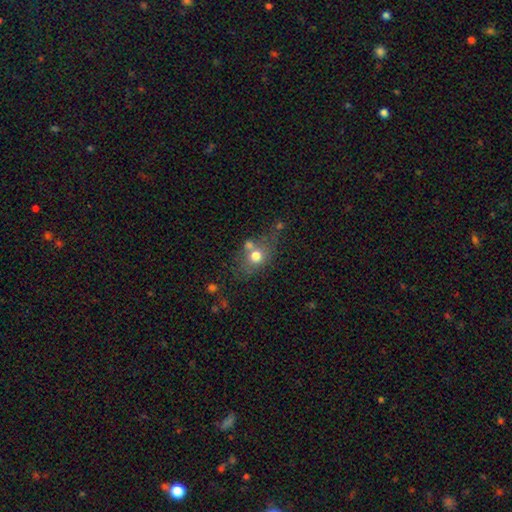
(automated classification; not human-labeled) smooth_or_featured: smooth (p=0.68) [alt: featured or disk p=0.21]
how_rounded: in between (p=0.52) [alt: round p=0.46]
merging: none (p=0.46) [alt: merger p=0.26]